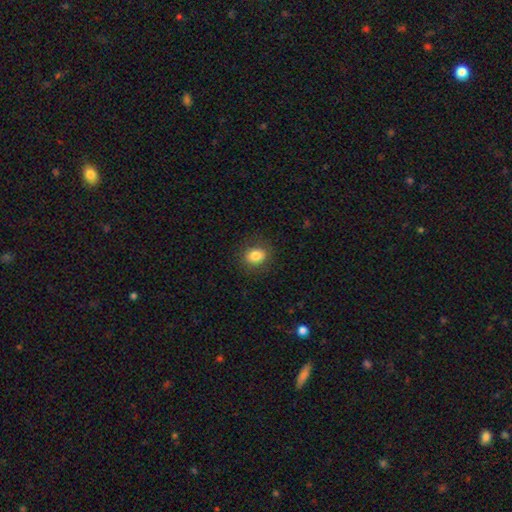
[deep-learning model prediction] smooth_or_featured: smooth (p=0.83) [alt: star or artifact p=0.10]
how_rounded: round (p=0.53) [alt: in between p=0.46]
merging: none (p=0.86) [alt: minor disturbance p=0.10]